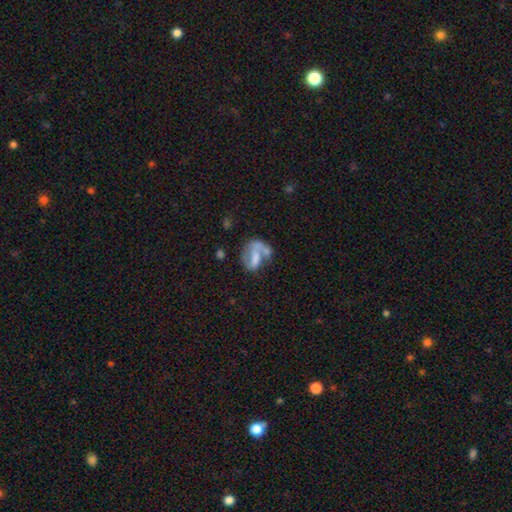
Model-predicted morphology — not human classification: featured or disk 57%, smooth 34%, star or artifact 9%. Down the decision tree: edge-on disk — no (97%); bar — no (38%); spiral arms — yes (57%); bulge size — none (40%); merging — none (33%).